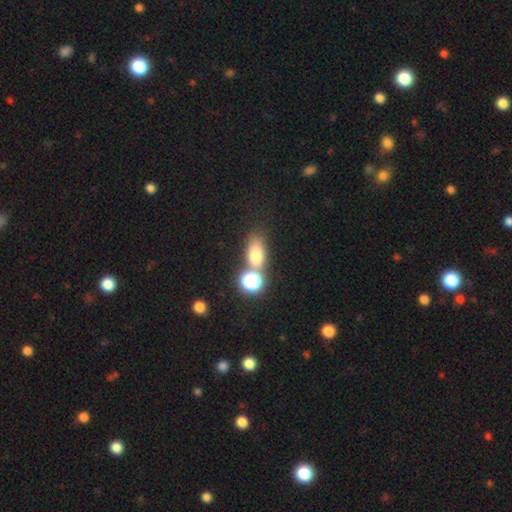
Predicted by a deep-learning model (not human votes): A smooth galaxy with no disk features (72%) that is in between round and cigar-shaped (69%). Merging: none (50%).